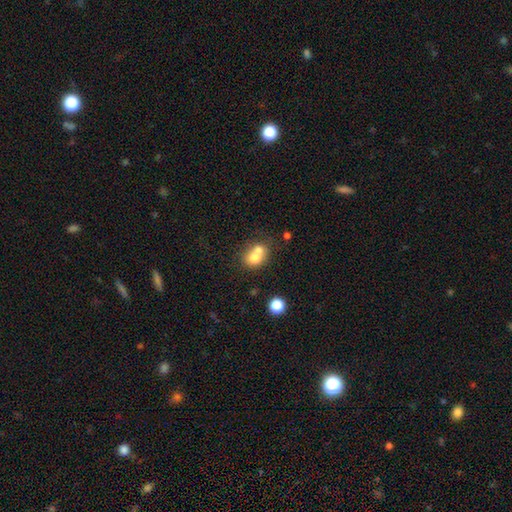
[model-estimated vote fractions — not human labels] smooth-or-featured: smooth: 69% | featured or disk: 20% | star or artifact: 11%
  how-rounded: round: 61% | in between: 38% | cigar-shaped: 1%
  merging: merger: 63% | none: 28% | minor disturbance: 7% | major disturbance: 3%